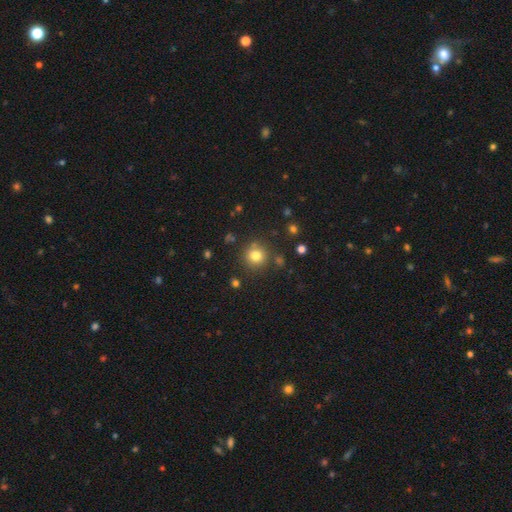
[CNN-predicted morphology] type=smooth (79%); roundness=round (94%); merging=none (85%).